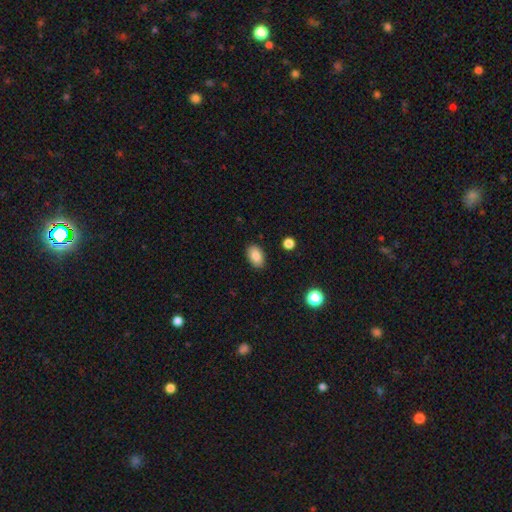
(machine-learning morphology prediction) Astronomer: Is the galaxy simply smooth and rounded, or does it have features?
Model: smooth — 86%.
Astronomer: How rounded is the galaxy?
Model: in between — 91%.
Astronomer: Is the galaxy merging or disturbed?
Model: none — 88%.